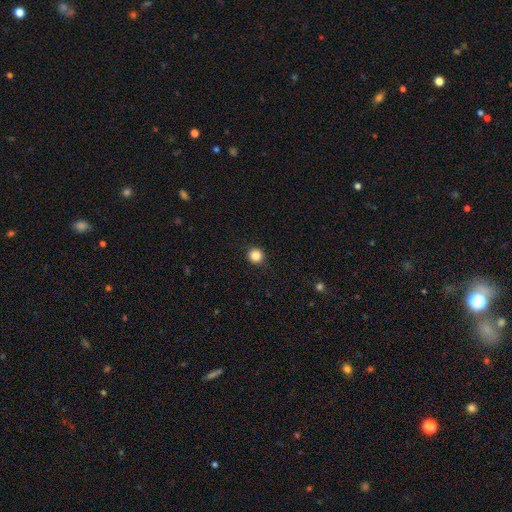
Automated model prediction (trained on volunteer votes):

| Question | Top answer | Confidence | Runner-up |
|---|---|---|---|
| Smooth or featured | smooth | 85% | star or artifact (11%) |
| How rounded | round | 95% | in between (4%) |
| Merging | none | 93% | minor disturbance (4%) |